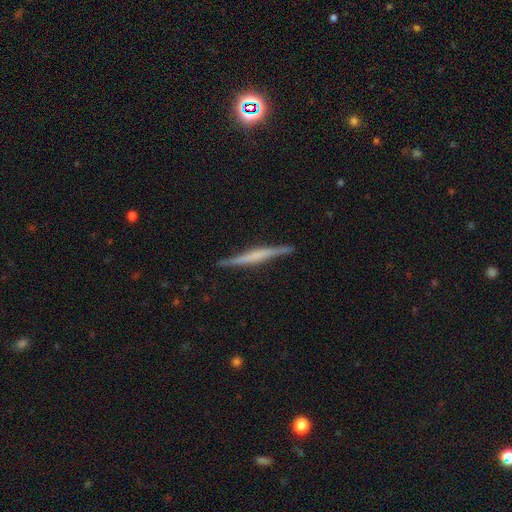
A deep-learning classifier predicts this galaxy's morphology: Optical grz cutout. It shows a featured or disk galaxy (68%) viewed edge-on (97%) with no central bulge (42%). Merging: none (88%).